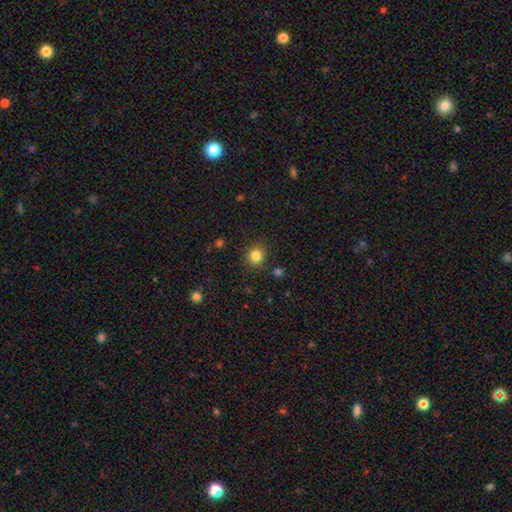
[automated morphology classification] A smooth galaxy with no disk features (83%) that is round (85%).

Vote fractions:
- Smooth or featured? smooth: 83% / star or artifact: 12% / featured or disk: 5%
- How rounded? round: 85% / in between: 14% / cigar-shaped: 1%
- Merging? none: 86% / minor disturbance: 8% / major disturbance: 3% / merger: 2%